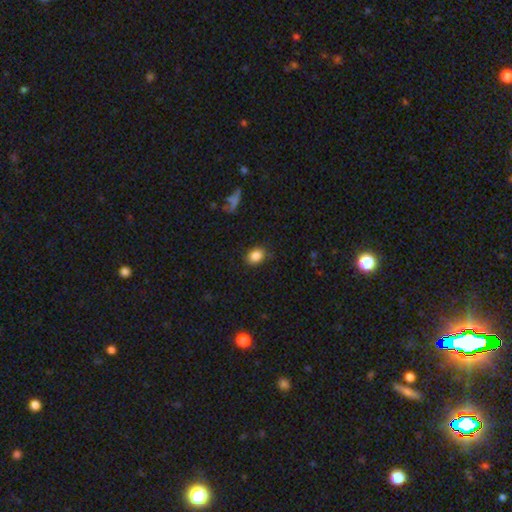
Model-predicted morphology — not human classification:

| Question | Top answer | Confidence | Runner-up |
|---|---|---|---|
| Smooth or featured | smooth | 86% | star or artifact (9%) |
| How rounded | in between | 61% | round (38%) |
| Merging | none | 84% | minor disturbance (12%) |